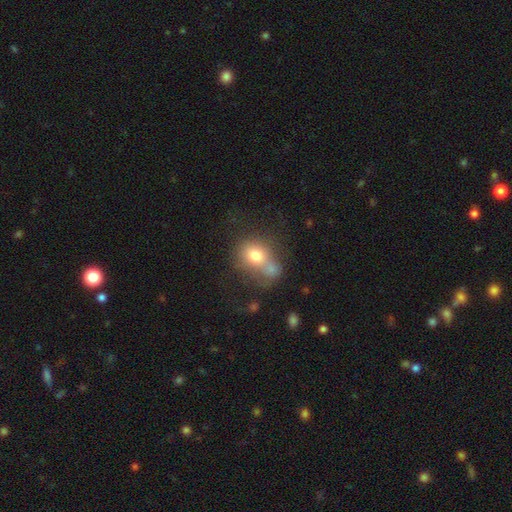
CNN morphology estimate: smooth-or-featured: smooth: 72% | featured or disk: 17% | star or artifact: 11%
  how-rounded: round: 58% | in between: 41% | cigar-shaped: 1%
  merging: merger: 42% | none: 29% | minor disturbance: 16% | major disturbance: 13%